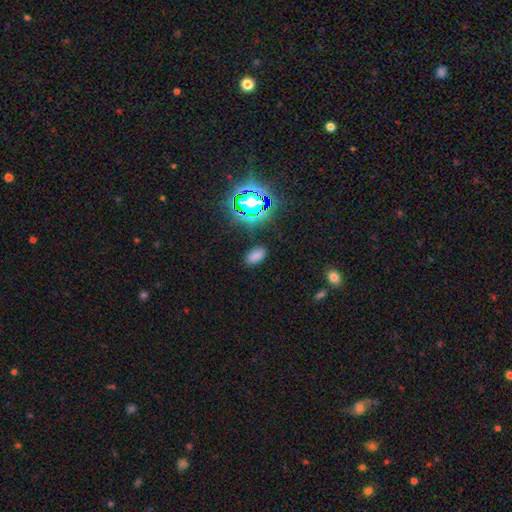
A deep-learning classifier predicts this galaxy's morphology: This appears to be a smooth galaxy with no disk features (72%) that is in between round and cigar-shaped (92%). Merging: none (86%).